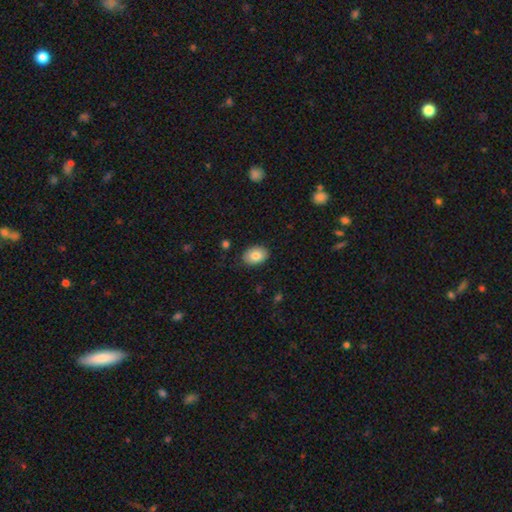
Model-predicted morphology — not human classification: smooth 84%, featured or disk 9%, star or artifact 7%. Down the decision tree: how rounded — in between (81%); merging — none (84%).